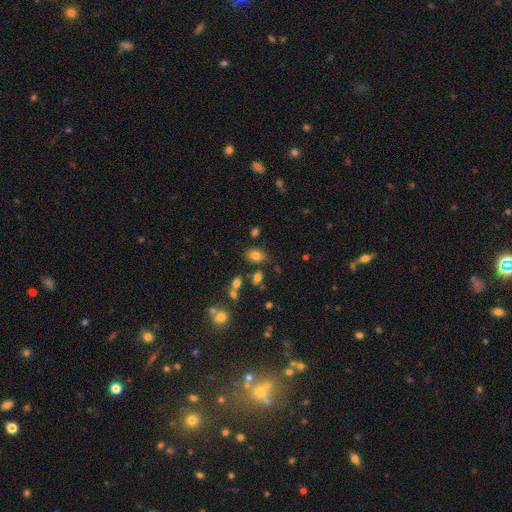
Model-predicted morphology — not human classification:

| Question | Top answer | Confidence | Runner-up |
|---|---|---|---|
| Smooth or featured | smooth | 80% | star or artifact (12%) |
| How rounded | in between | 81% | round (17%) |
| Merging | none | 77% | minor disturbance (12%) |